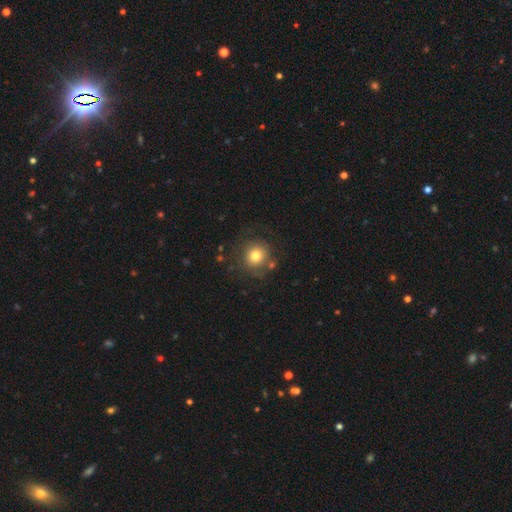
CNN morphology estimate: This appears to be a smooth galaxy with no disk features (75%) that is round (91%). Merging: none (76%).